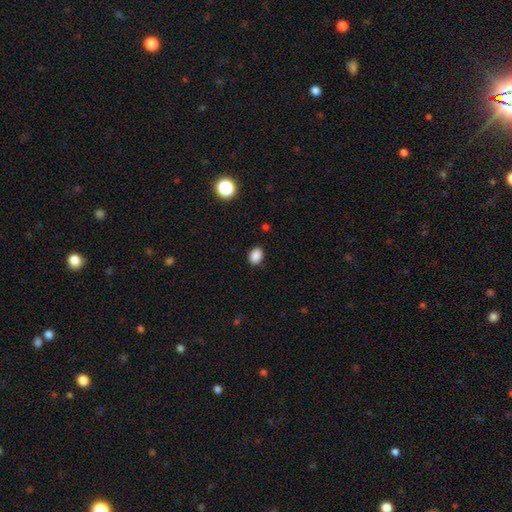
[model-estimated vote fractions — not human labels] Smooth or featured? smooth (87%)
How rounded? in between (67%)
Merging? none (87%)